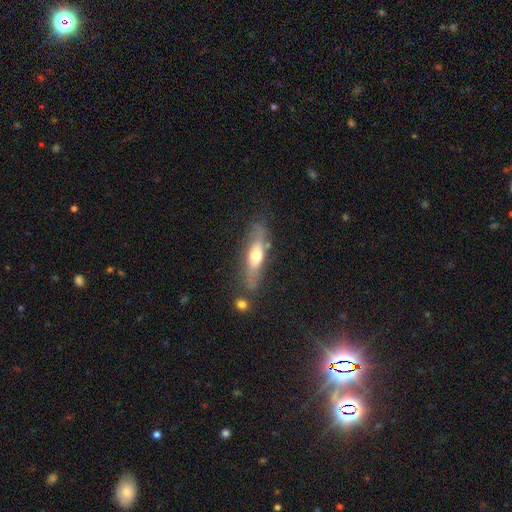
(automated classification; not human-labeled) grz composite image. It shows a smooth galaxy with no disk features (49%). Merging: none (68%).